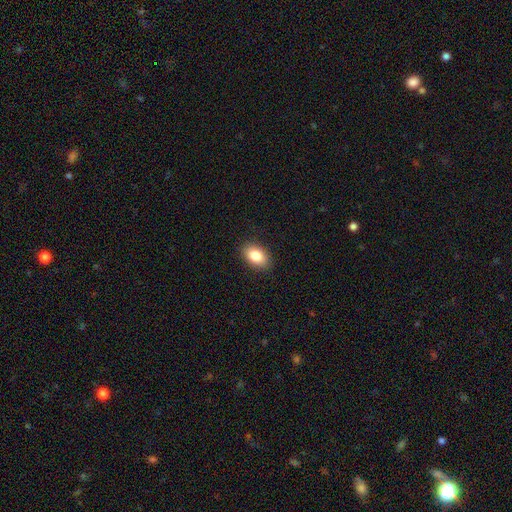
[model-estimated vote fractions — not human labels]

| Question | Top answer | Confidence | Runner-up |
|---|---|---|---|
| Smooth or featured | smooth | 84% | star or artifact (8%) |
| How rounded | in between | 88% | round (10%) |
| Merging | none | 89% | minor disturbance (8%) |